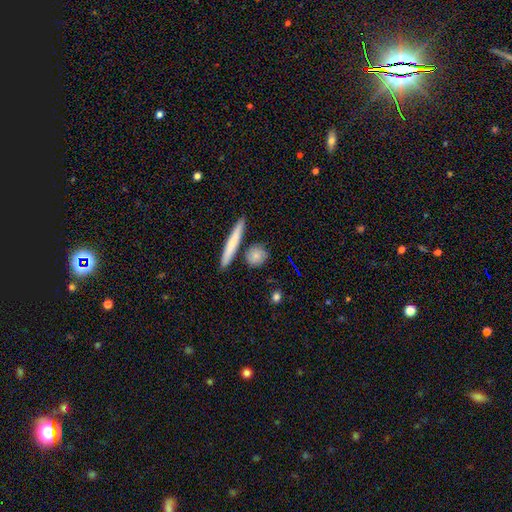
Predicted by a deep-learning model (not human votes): A smooth galaxy with no disk features (73%) that is round (52%).

Vote fractions:
- Smooth or featured? smooth: 73% / featured or disk: 20% / star or artifact: 7%
- How rounded? round: 52% / cigar-shaped: 28% / in between: 20%
- Merging? none: 79% / minor disturbance: 11% / merger: 8% / major disturbance: 3%